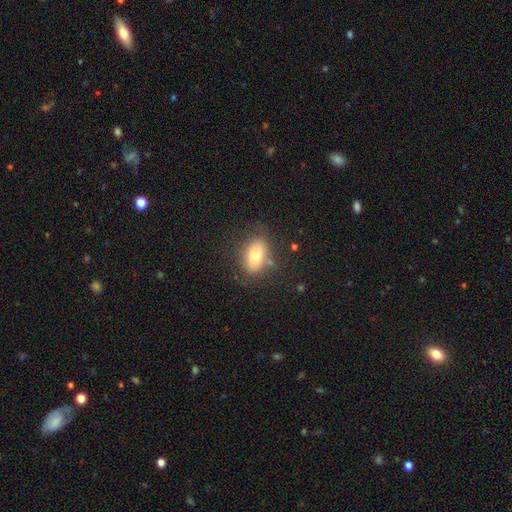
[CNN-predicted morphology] This appears to be a smooth galaxy with no disk features (73%) that is in between round and cigar-shaped (85%). Merging: none (68%).